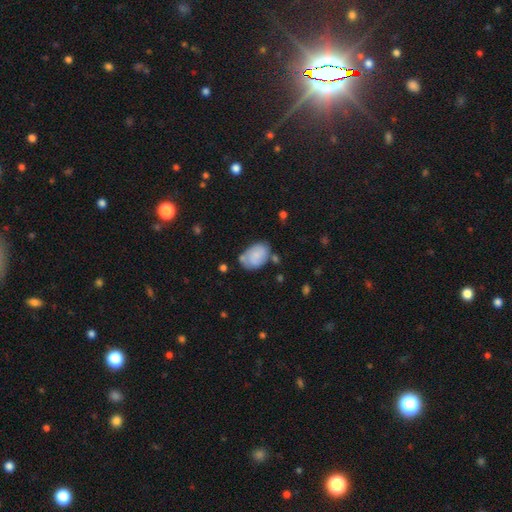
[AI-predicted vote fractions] The model was most divided on "merging": none: 53%, minor disturbance: 28%, merger: 11%, major disturbance: 8%. More confident: how rounded — in between (86%); smooth or featured — smooth (69%).